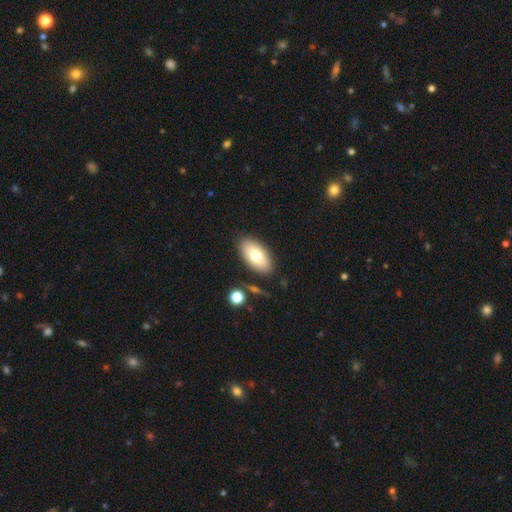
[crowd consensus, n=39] This is likely a smooth galaxy (67%). How rounded: clearly in between (96%). Merging: clearly none (89%).